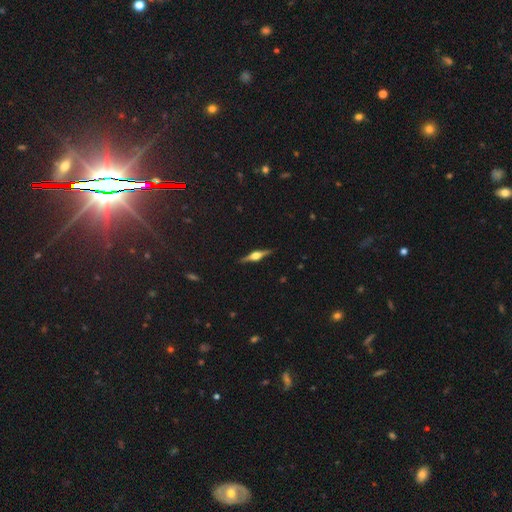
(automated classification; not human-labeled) Morphology: type=featured or disk (81%); edge-on=yes (98%); edge-on bulge=rounded (92%); merging=none (91%).